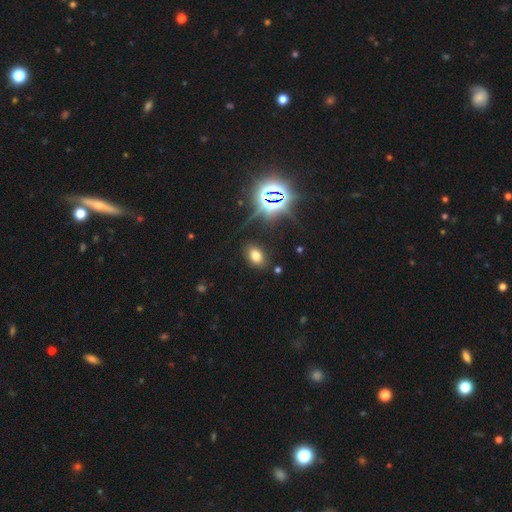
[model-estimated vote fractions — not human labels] A smooth galaxy with no disk features (69%) that is in between round and cigar-shaped (85%).

Vote fractions:
- Smooth or featured? smooth: 69% / star or artifact: 22% / featured or disk: 9%
- How rounded? in between: 85% / round: 14% / cigar-shaped: 1%
- Merging? none: 85% / minor disturbance: 9% / major disturbance: 3% / merger: 2%